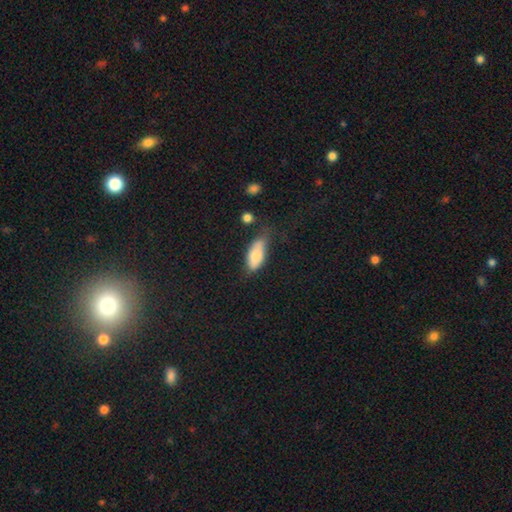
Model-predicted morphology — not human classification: The model was most divided on "merging": none: 46%, minor disturbance: 36%, major disturbance: 12%, merger: 6%. More confident: how rounded — in between (82%); smooth or featured — smooth (80%).